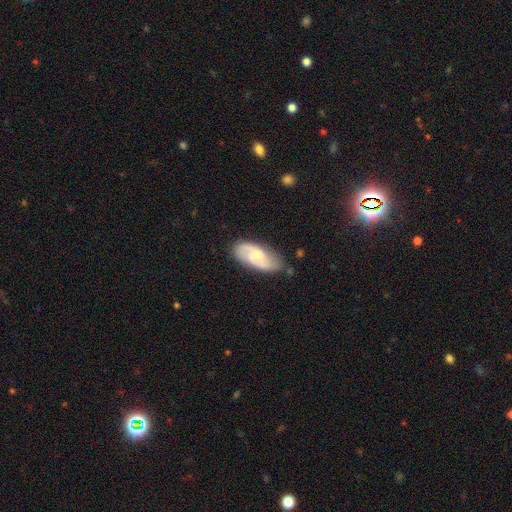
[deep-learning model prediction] This appears to be a featured or disk galaxy (61%) with no bar (47%), 2 (81%) medium (43%) spiral arms (89%) and a small central bulge (53%). Merging: none (71%).